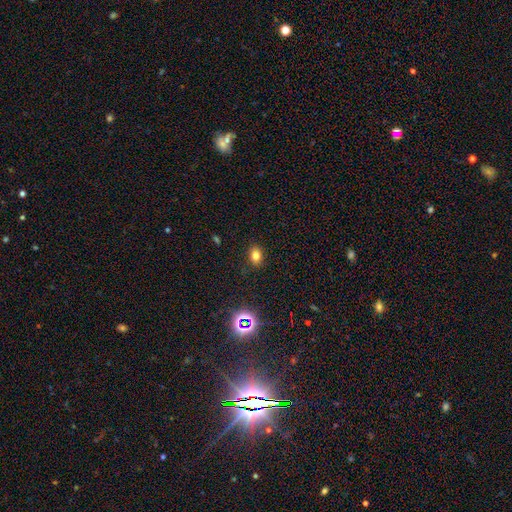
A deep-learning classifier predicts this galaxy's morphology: A smooth galaxy with no disk features (77%) that is in between round and cigar-shaped (69%).

Vote fractions:
- Smooth or featured? smooth: 77% / star or artifact: 16% / featured or disk: 7%
- How rounded? in between: 69% / round: 30% / cigar-shaped: 1%
- Merging? none: 87% / minor disturbance: 9% / major disturbance: 3% / merger: 1%